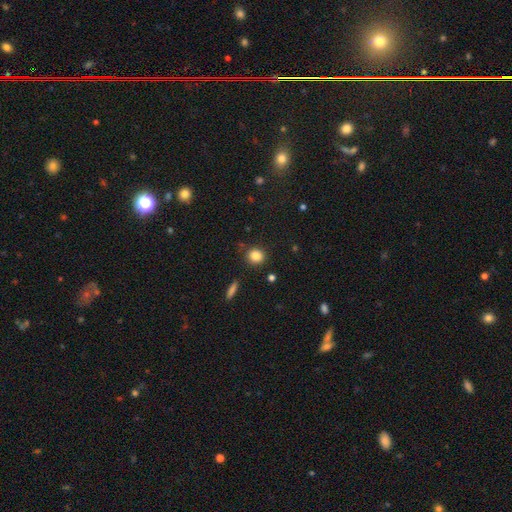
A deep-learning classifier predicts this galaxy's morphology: smooth-or-featured: smooth: 85% | star or artifact: 10% | featured or disk: 5%
  how-rounded: round: 78% | in between: 21% | cigar-shaped: 1%
  merging: none: 85% | minor disturbance: 10% | major disturbance: 3% | merger: 3%